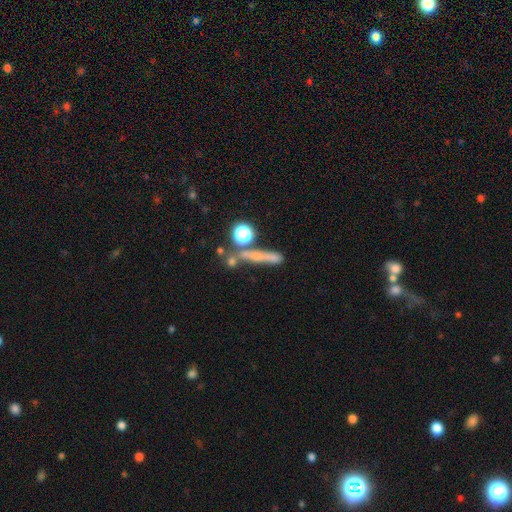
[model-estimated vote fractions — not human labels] This appears to be a smooth galaxy with no disk features (50%) that is cigar-shaped (65%). Merging: none (51%).